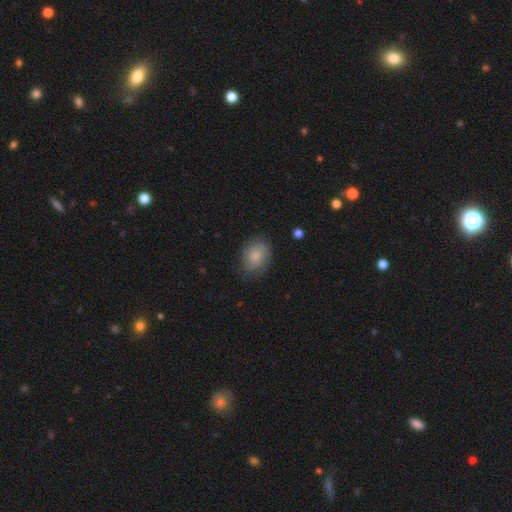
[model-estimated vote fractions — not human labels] Q: Smooth or featured?
A: smooth (68%); runner-up: featured or disk (24%)
Q: How rounded?
A: in between (60%); runner-up: round (39%)
Q: Merging?
A: none (74%); runner-up: minor disturbance (19%)